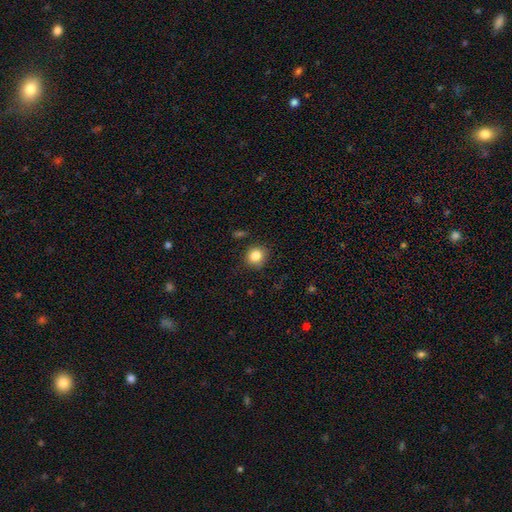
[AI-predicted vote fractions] A smooth galaxy with no disk features (85%) that is round (85%).

Vote fractions:
- Smooth or featured? smooth: 85% / star or artifact: 10% / featured or disk: 5%
- How rounded? round: 85% / in between: 15% / cigar-shaped: 1%
- Merging? none: 84% / minor disturbance: 11% / major disturbance: 3% / merger: 2%